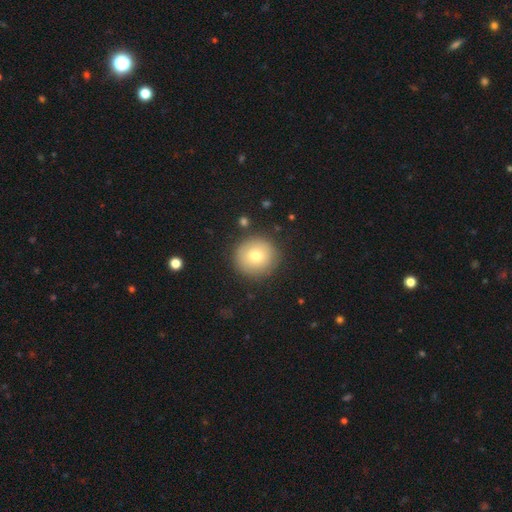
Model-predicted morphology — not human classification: The model was most divided on "smooth or featured": smooth: 75%, featured or disk: 15%, star or artifact: 10%. More confident: how rounded — round (94%); merging — none (88%).